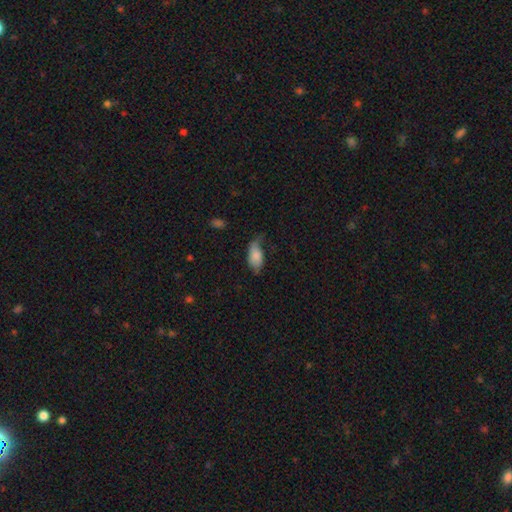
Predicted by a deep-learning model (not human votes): Smooth or featured: smooth — 76% (featured or disk — 17%)
How rounded: in between — 93% (cigar-shaped — 4%)
Merging: minor disturbance — 39% (none — 34%)